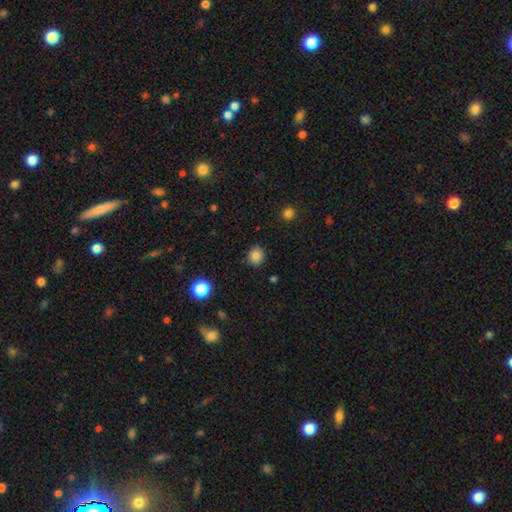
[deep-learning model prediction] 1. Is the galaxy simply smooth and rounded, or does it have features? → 85% smooth, 11% star or artifact, 4% featured or disk.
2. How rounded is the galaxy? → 73% round, 26% in between, 1% cigar-shaped.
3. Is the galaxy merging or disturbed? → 86% none, 10% minor disturbance, 3% major disturbance, 1% merger.